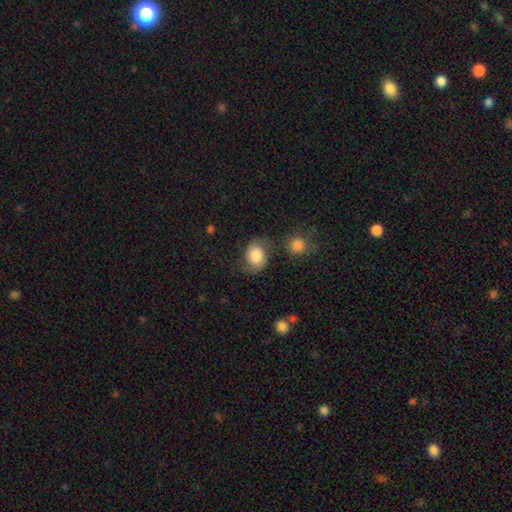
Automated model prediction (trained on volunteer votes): Smooth or featured? smooth (65%)
How rounded? in between (50%)
Merging? none (59%)